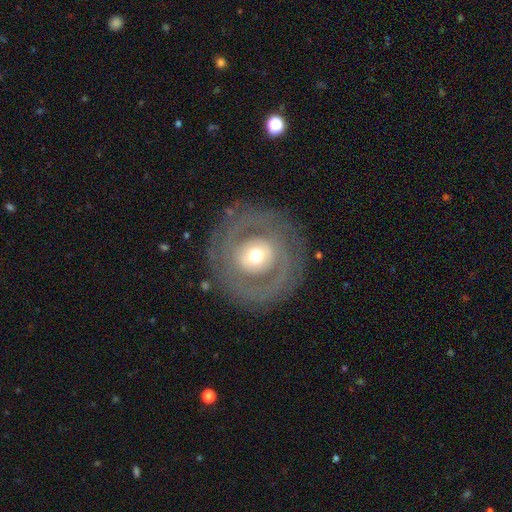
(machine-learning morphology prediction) Smooth or featured: featured or disk — 68% (smooth — 25%)
Edge-on disk: no — 96% (yes — 4%)
Bar: no — 64% (weak — 25%)
Spiral arms: yes — 59% (no — 41%)
Bulge size: moderate — 62% (large — 17%)
Merging: none — 81% (minor disturbance — 10%)